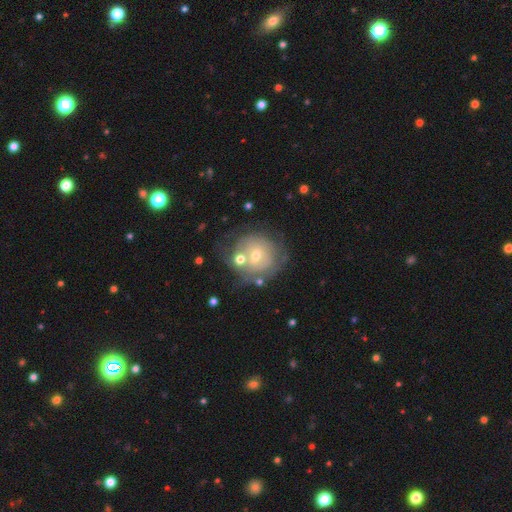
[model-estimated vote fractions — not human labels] featured or disk 56%, smooth 35%, star or artifact 9%. Down the decision tree: edge-on disk — no (96%); bar — no (67%); spiral arms — yes (57%); bulge size — small (51%); merging — none (51%).